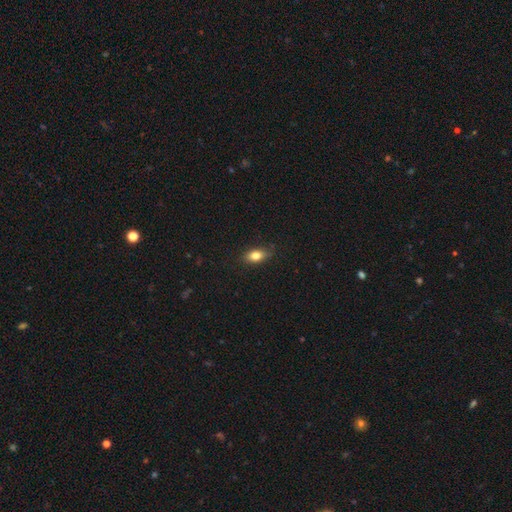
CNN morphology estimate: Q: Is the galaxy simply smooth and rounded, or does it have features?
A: smooth — 80%.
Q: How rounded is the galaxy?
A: in between — 84%.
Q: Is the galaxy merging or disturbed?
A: none — 85%.